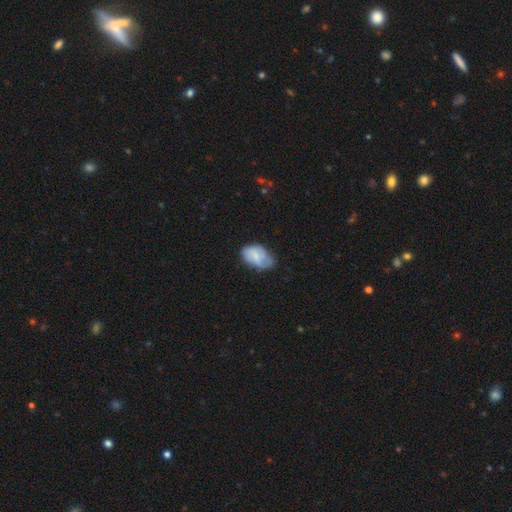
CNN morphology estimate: This is possibly a smooth galaxy (51%). How rounded: clearly in between (88%). Merging: possibly none (51%).